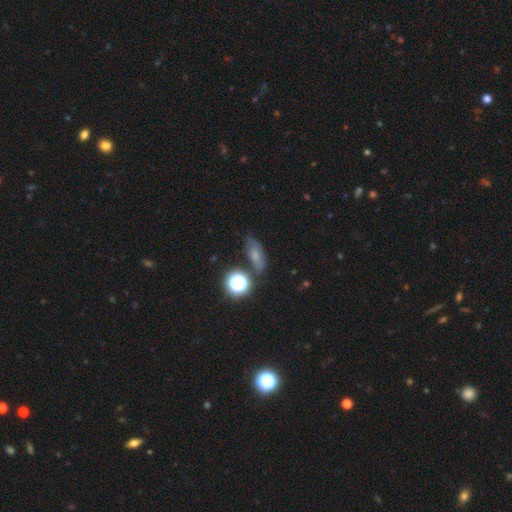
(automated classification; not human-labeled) A smooth galaxy with no disk features (54%) that is in between round and cigar-shaped (71%).

Vote fractions:
- Smooth or featured? smooth: 54% / star or artifact: 24% / featured or disk: 22%
- How rounded? in between: 71% / round: 19% / cigar-shaped: 10%
- Merging? none: 61% / minor disturbance: 23% / major disturbance: 9% / merger: 7%